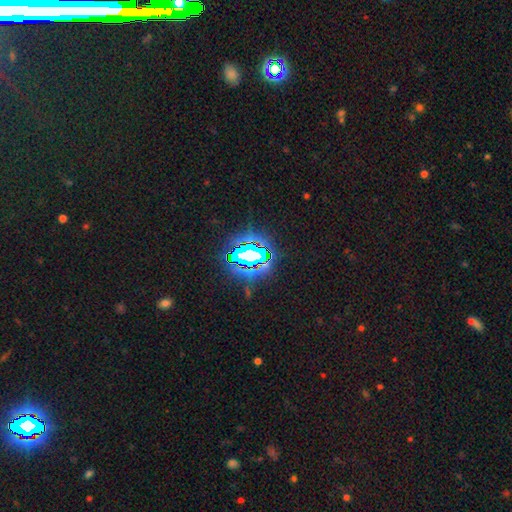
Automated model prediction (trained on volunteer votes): This appears to be a star or artifact, not a galaxy (73%).